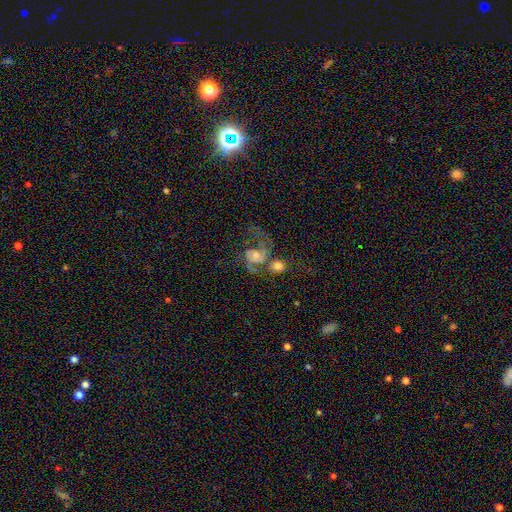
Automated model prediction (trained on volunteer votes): The model was most divided on "bulge size": moderate: 45%, small: 41%, large: 7%, none: 6%, dominant: 2%. Remaining: edge-on disk — no (98%); spiral arms — yes (96%); spiral arm count — 2 (87%); smooth or featured — featured or disk (83%); bar — no (61%); spiral winding — medium (49%); merging — none (36%).